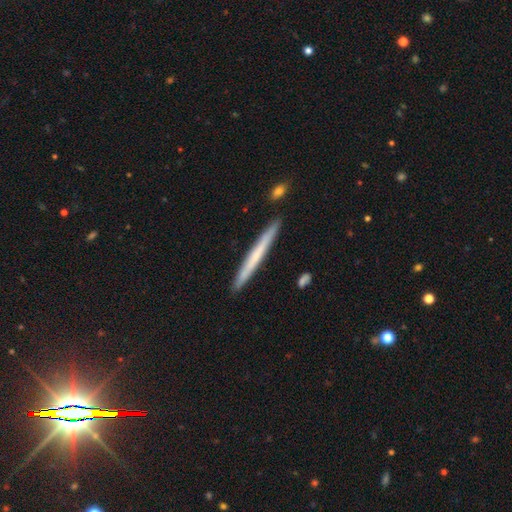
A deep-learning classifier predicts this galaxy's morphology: smooth_or_featured: smooth (p=0.53) [alt: featured or disk p=0.41]
how_rounded: cigar-shaped (p=0.97) [alt: in between p=0.02]
merging: none (p=0.90) [alt: minor disturbance p=0.07]